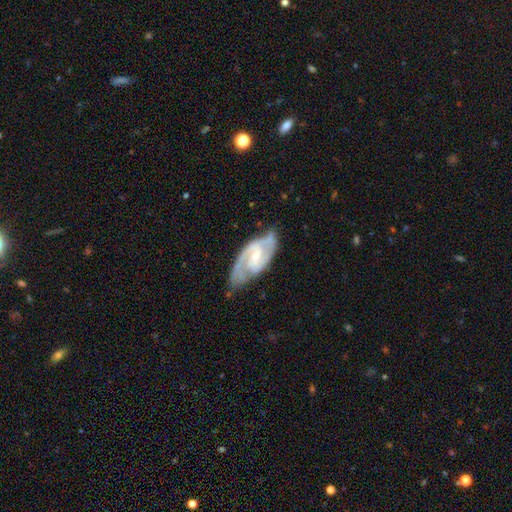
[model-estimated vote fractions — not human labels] featured or disk 89%, smooth 6%, star or artifact 4%. Down the decision tree: edge-on disk — no (96%); bar — weak (50%); spiral arms — yes (97%); spiral arm count — 2 (87%); spiral winding — medium (54%); bulge size — small (65%); merging — none (72%).